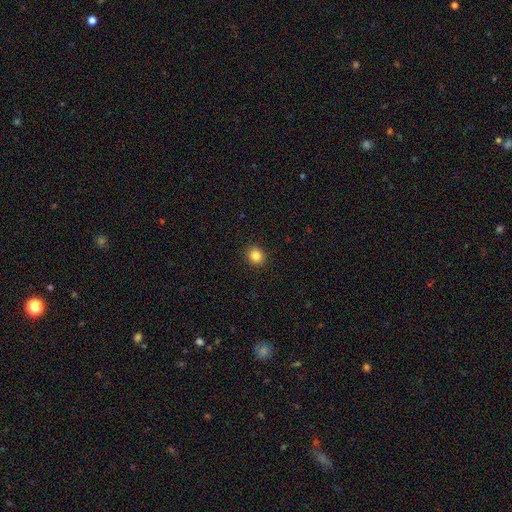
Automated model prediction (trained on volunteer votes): Smooth or featured?
  - smooth: 84% *
  - star or artifact: 11%
  - featured or disk: 5%
How rounded?
  - round: 84% *
  - in between: 15%
  - cigar-shaped: 1%
Merging?
  - none: 92% *
  - minor disturbance: 6%
  - major disturbance: 2%
  - merger: 1%